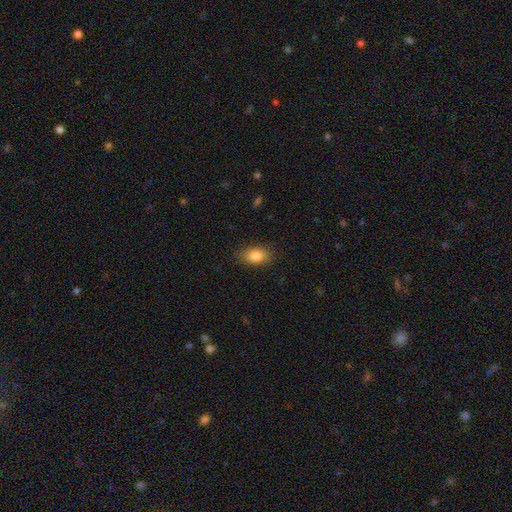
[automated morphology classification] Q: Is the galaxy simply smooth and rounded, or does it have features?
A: smooth — 84%.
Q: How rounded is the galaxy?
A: in between — 89%.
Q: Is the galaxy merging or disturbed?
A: none — 86%.